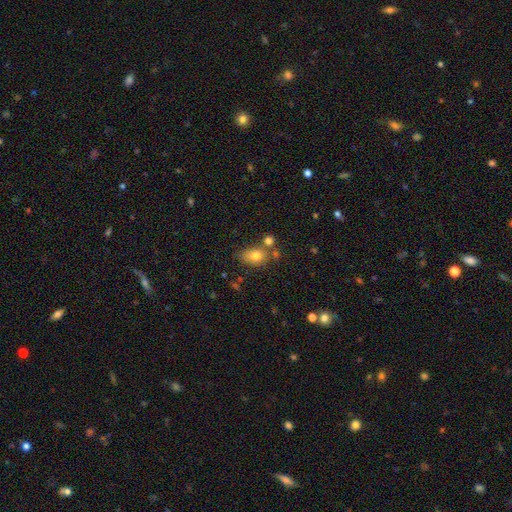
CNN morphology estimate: Smooth or featured?
  - smooth: 76% *
  - featured or disk: 13%
  - star or artifact: 11%
How rounded?
  - in between: 69% *
  - round: 29%
  - cigar-shaped: 2%
Merging?
  - none: 57% *
  - merger: 20%
  - minor disturbance: 17%
  - major disturbance: 6%